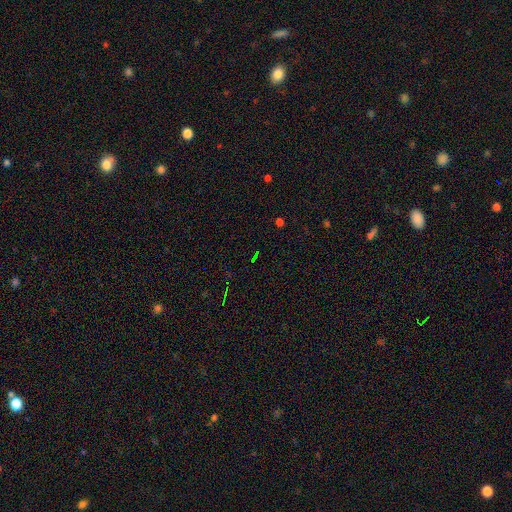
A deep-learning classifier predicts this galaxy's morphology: Smooth or featured? Predicted: star or artifact (p=0.70).